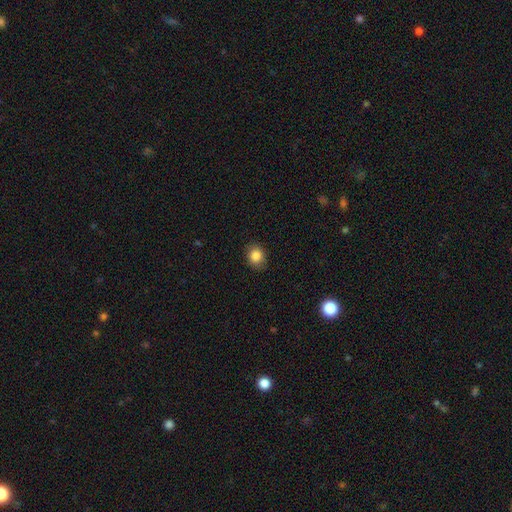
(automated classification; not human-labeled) A smooth galaxy with no disk features (86%) that is round (61%). Merging: none (85%).